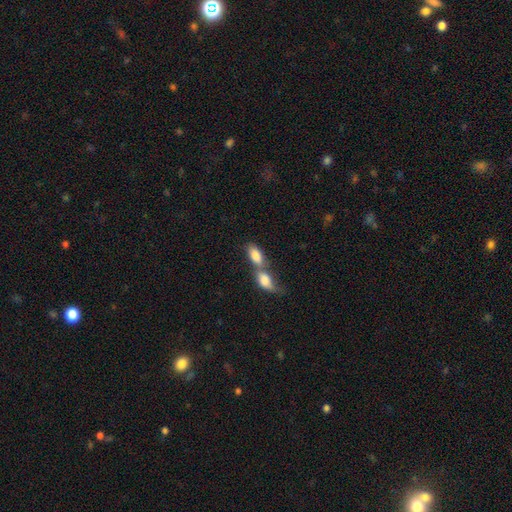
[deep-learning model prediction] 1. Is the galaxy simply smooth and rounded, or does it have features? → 81% smooth, 12% featured or disk, 7% star or artifact.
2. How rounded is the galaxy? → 88% in between, 8% cigar-shaped, 4% round.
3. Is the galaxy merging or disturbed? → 72% merger, 17% none, 6% minor disturbance, 5% major disturbance.